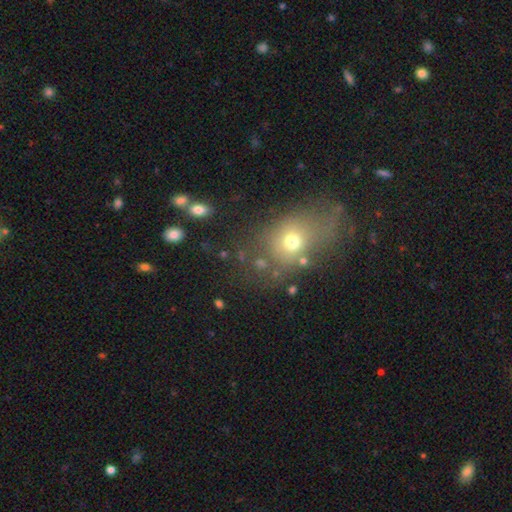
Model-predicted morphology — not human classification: This is possibly a smooth galaxy (54%). How rounded: possibly in between (58%). Merging: likely none (61%).